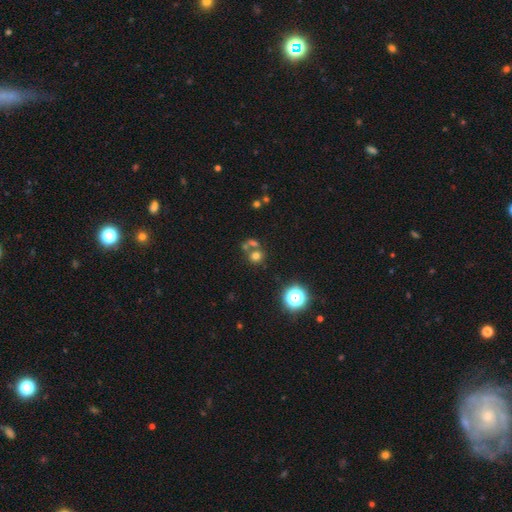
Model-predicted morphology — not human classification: Smooth or featured? Predicted: smooth (p=0.66). How rounded? Predicted: round (p=0.83). Merging? Predicted: none (p=0.53).